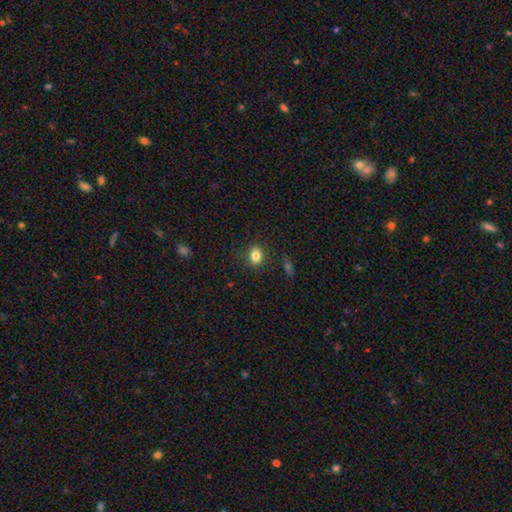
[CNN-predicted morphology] smooth-or-featured: smooth: 83% | star or artifact: 11% | featured or disk: 6%
  how-rounded: in between: 62% | round: 37% | cigar-shaped: 2%
  merging: none: 86% | minor disturbance: 10% | major disturbance: 3% | merger: 2%